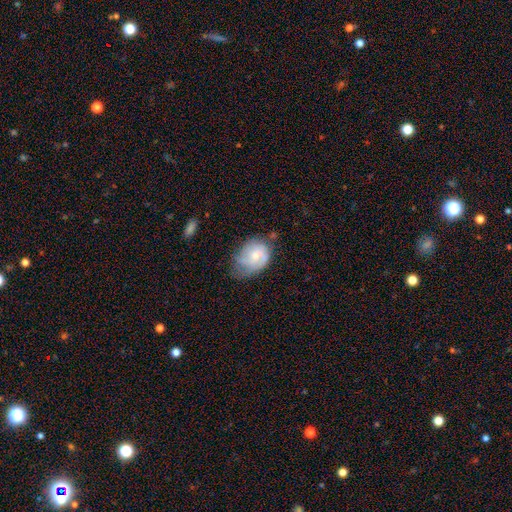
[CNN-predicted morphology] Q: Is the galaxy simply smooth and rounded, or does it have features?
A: featured or disk — 49%.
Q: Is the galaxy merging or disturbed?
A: none — 41%.